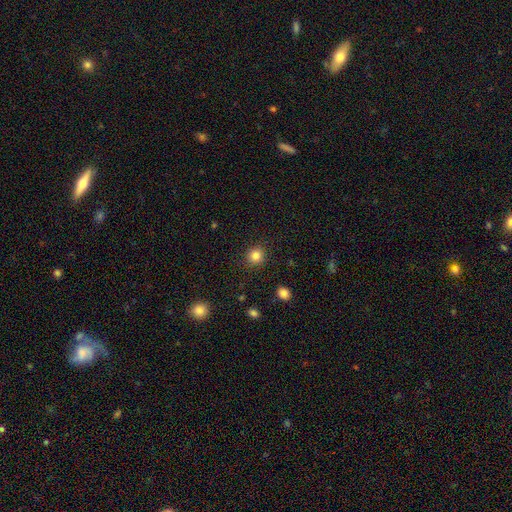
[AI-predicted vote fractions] A smooth galaxy with no disk features (83%) that is round (89%). Merging: none (90%).